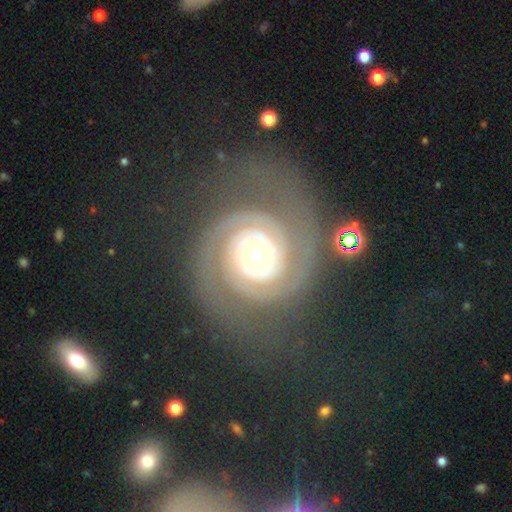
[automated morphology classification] Smooth or featured? Predicted: featured or disk (p=0.88). Edge-on disk? Predicted: no (p=0.98). Bar? Predicted: no (p=0.81). Spiral arms? Predicted: yes (p=0.94). Spiral winding? Predicted: tight (p=0.74). Spiral arm count? Predicted: 2 (p=0.68). Bulge size? Predicted: moderate (p=0.65). Merging? Predicted: none (p=0.72).